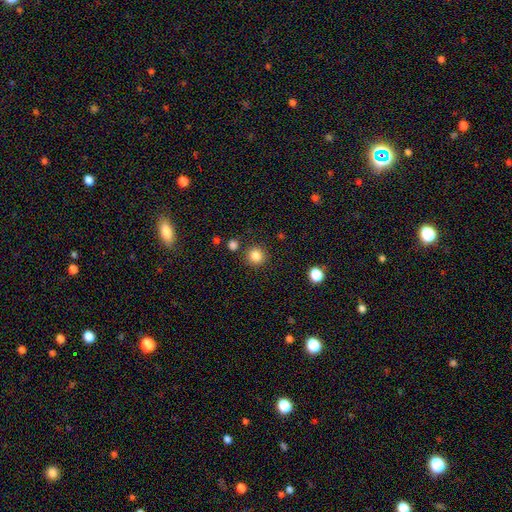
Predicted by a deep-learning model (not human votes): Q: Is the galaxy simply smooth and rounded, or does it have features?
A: smooth — 84%.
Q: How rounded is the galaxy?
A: round — 93%.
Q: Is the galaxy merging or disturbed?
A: none — 87%.